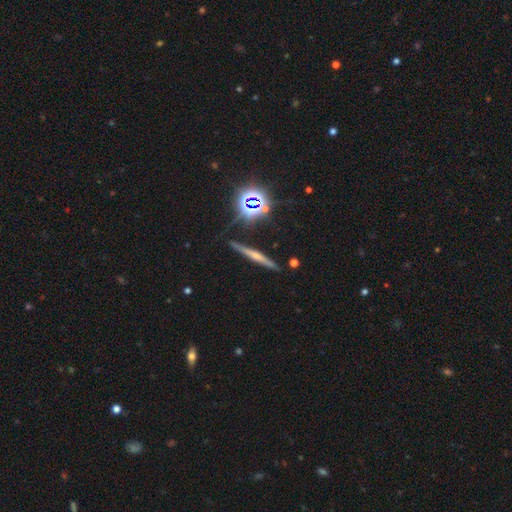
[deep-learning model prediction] Smooth or featured: featured or disk — 50% (smooth — 30%)
Merging: none — 85% (minor disturbance — 10%)